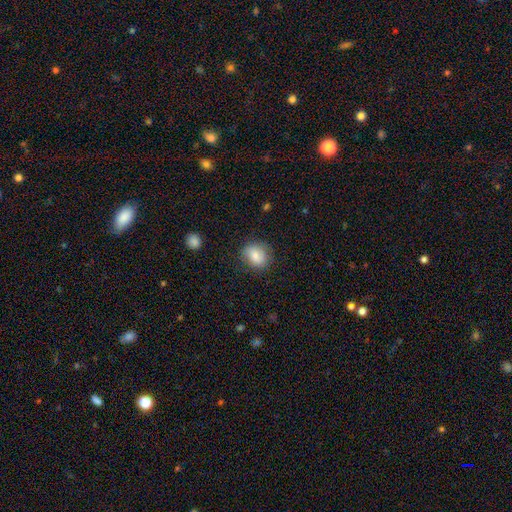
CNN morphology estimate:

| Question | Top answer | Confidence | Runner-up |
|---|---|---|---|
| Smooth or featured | smooth | 81% | featured or disk (11%) |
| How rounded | round | 52% | in between (47%) |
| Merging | none | 77% | minor disturbance (17%) |